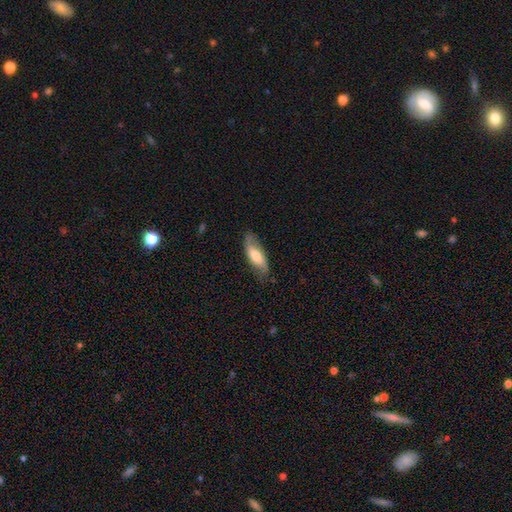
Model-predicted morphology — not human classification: smooth-or-featured: smooth: 58% | featured or disk: 37% | star or artifact: 6%
  how-rounded: in between: 65% | cigar-shaped: 32% | round: 3%
  merging: none: 71% | minor disturbance: 22% | major disturbance: 5% | merger: 1%